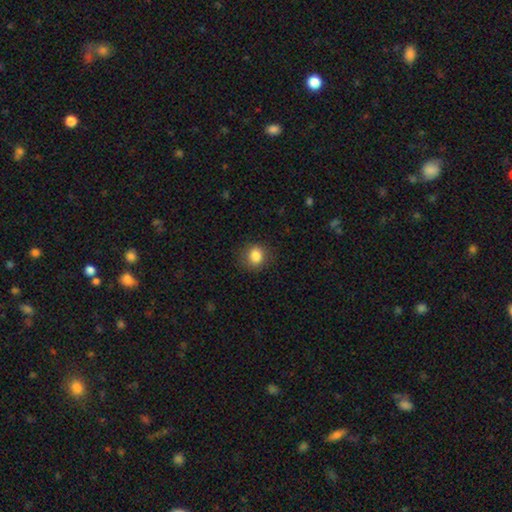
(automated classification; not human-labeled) Smooth or featured: smooth — 85% (star or artifact — 10%)
How rounded: round — 78% (in between — 21%)
Merging: none — 84% (minor disturbance — 12%)